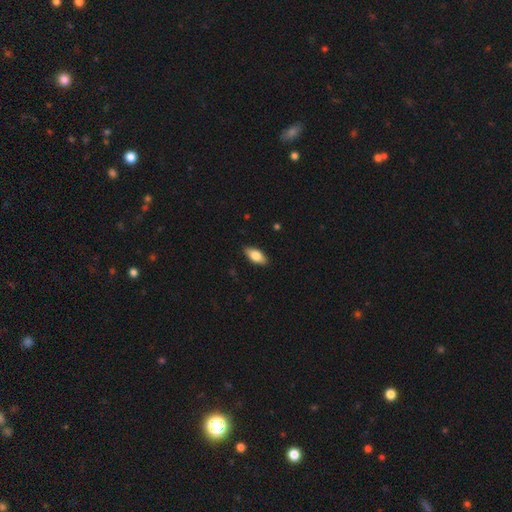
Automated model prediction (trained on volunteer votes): The model was most divided on "smooth or featured": smooth: 79%, featured or disk: 15%, star or artifact: 6%. More confident: merging — none (89%); how rounded — in between (89%).